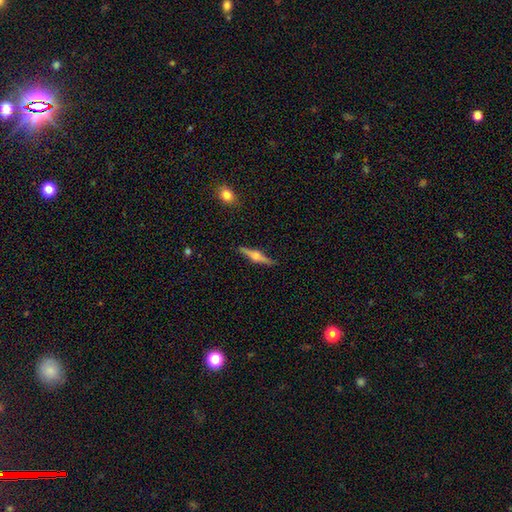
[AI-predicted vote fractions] The model was most divided on "smooth or featured": featured or disk: 75%, smooth: 19%, star or artifact: 7%. More confident: edge-on disk — yes (98%); edge-on bulge — rounded (89%); merging — none (88%).